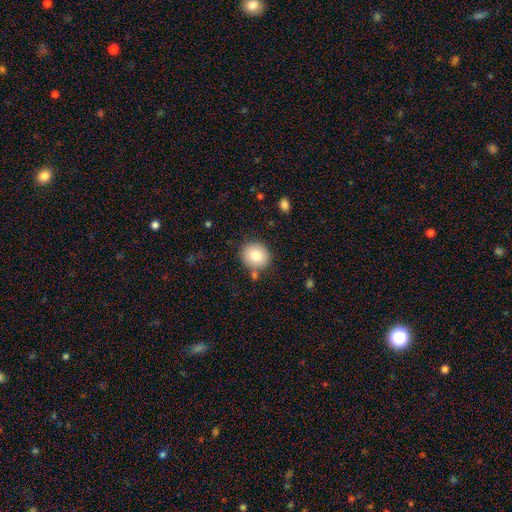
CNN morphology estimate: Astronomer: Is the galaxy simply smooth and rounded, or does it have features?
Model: smooth — 80%.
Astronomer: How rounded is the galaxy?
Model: round — 79%.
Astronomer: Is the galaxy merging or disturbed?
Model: none — 80%.